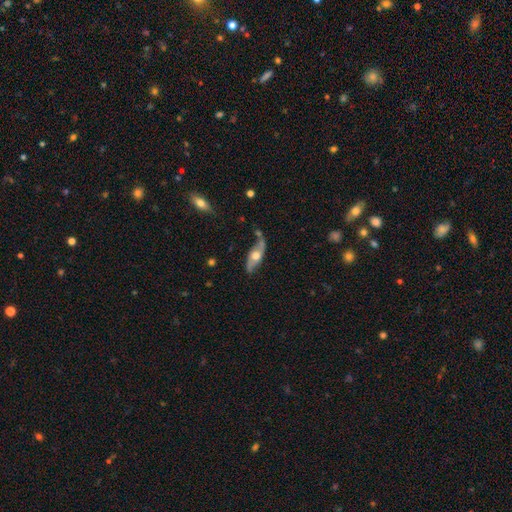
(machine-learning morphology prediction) type=featured or disk (60%); edge-on=no (63%); merging=none (62%).